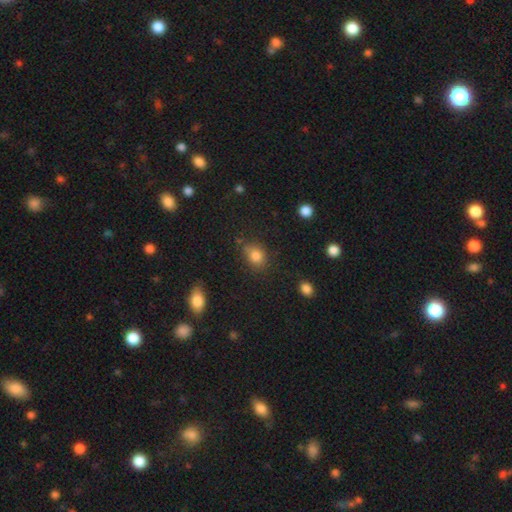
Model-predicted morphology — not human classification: Smooth or featured?
  - smooth: 82% *
  - star or artifact: 12%
  - featured or disk: 6%
How rounded?
  - round: 54% *
  - in between: 45%
  - cigar-shaped: 1%
Merging?
  - none: 72% *
  - minor disturbance: 18%
  - major disturbance: 5%
  - merger: 4%